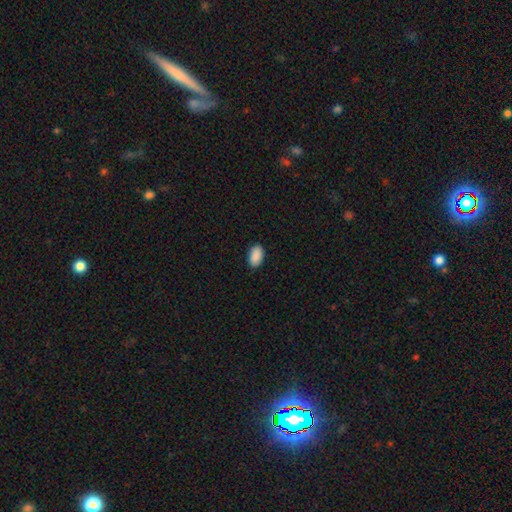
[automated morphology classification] Q: Smooth or featured?
A: smooth (91%); runner-up: star or artifact (7%)
Q: How rounded?
A: in between (94%); runner-up: round (5%)
Q: Merging?
A: none (89%); runner-up: minor disturbance (8%)